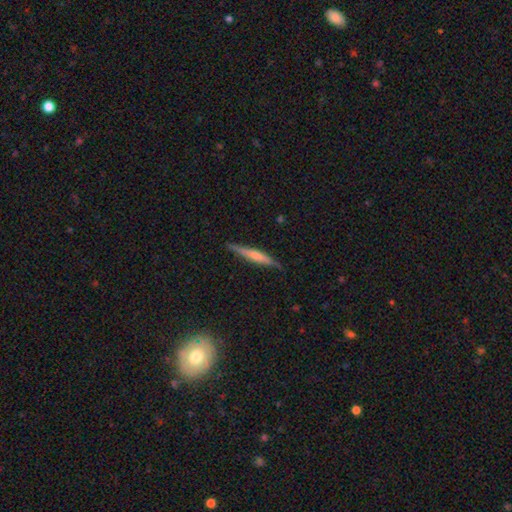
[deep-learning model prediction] This is possibly a featured or disk galaxy (50%). Merging: clearly none (85%).